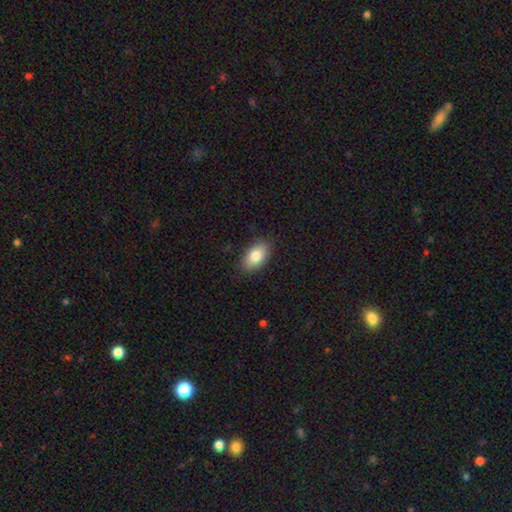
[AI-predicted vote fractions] A smooth galaxy with no disk features (82%) that is in between round and cigar-shaped (93%). Merging: none (87%).